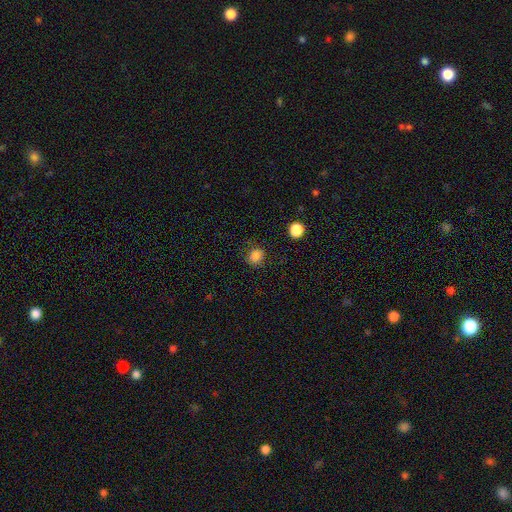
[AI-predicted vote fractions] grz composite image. It shows a smooth galaxy with no disk features (83%) that is round (66%). Merging: none (80%).